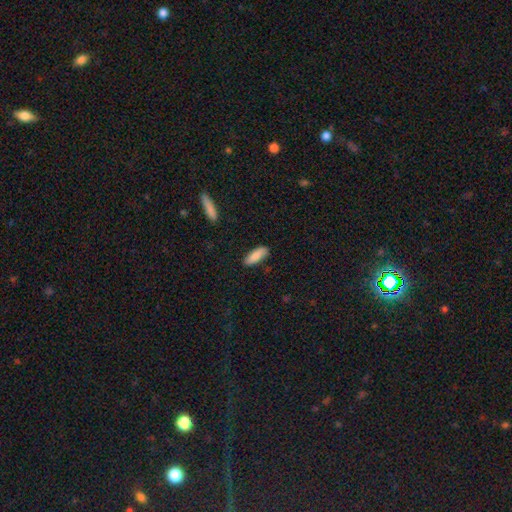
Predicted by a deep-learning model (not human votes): Overall: smooth (86%). How rounded: in between (62%; cigar-shaped 36%). Merging: none (86%).